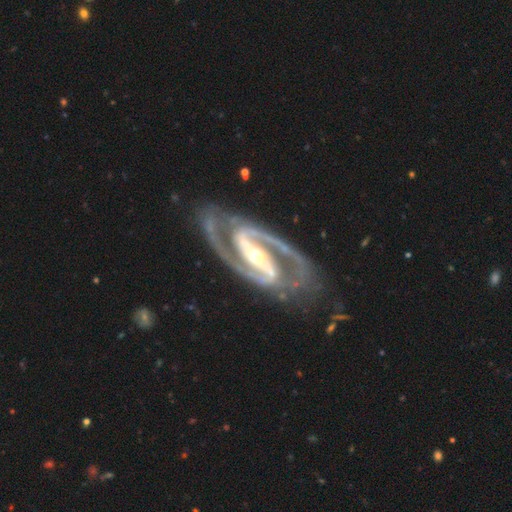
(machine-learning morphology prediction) Smooth or featured? Predicted: featured or disk (p=0.94). Edge-on disk? Predicted: no (p=0.97). Bar? Predicted: strong (p=0.70). Spiral arms? Predicted: yes (p=0.99). Spiral winding? Predicted: medium (p=0.55). Spiral arm count? Predicted: 2 (p=0.94). Bulge size? Predicted: moderate (p=0.49). Merging? Predicted: none (p=0.79).